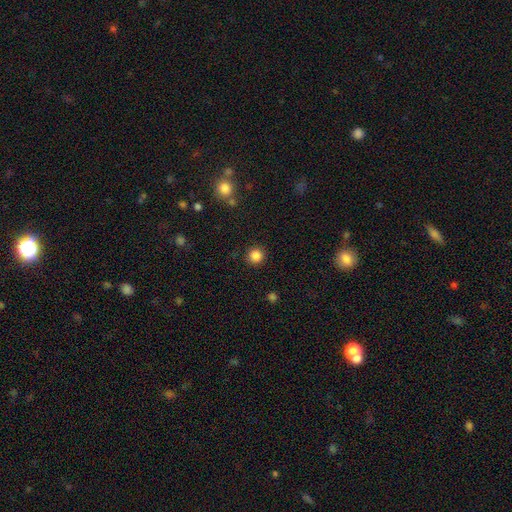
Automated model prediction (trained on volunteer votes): Overall: smooth (85%). How rounded: round (94%). Merging: none (91%).